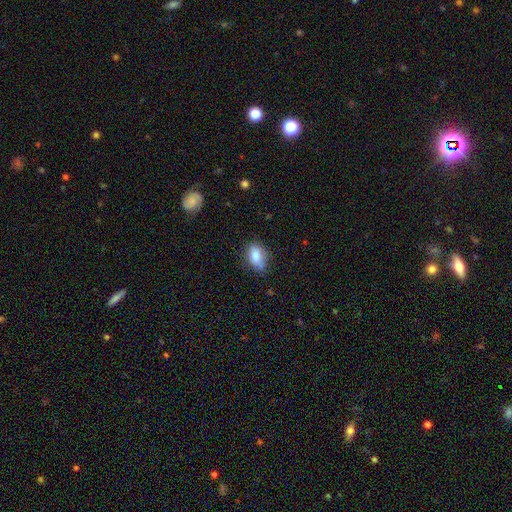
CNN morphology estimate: Smooth or featured? Predicted: smooth (p=0.81). How rounded? Predicted: in between (p=0.84). Merging? Predicted: none (p=0.64).